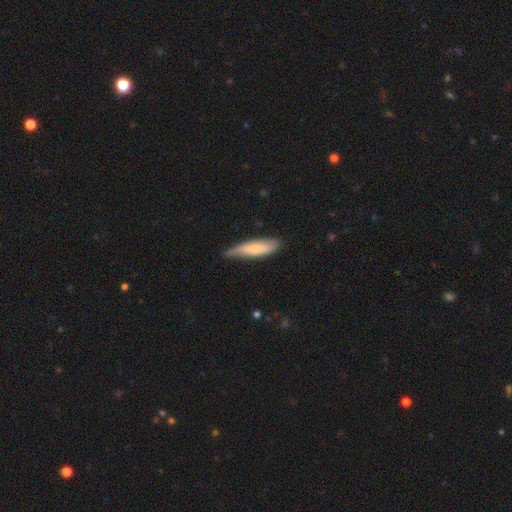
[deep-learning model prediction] smooth_or_featured: smooth (p=0.66) [alt: featured or disk p=0.28]
how_rounded: cigar-shaped (p=0.70) [alt: in between p=0.28]
merging: none (p=0.66) [alt: minor disturbance p=0.28]